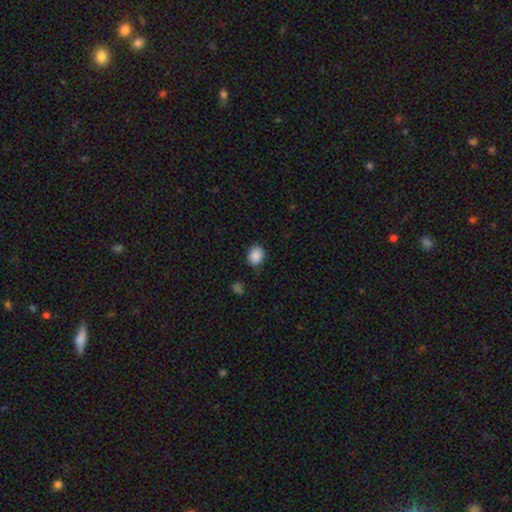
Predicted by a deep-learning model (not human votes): Q: Smooth or featured?
A: smooth (88%); runner-up: star or artifact (9%)
Q: How rounded?
A: round (63%); runner-up: in between (37%)
Q: Merging?
A: none (83%); runner-up: minor disturbance (12%)